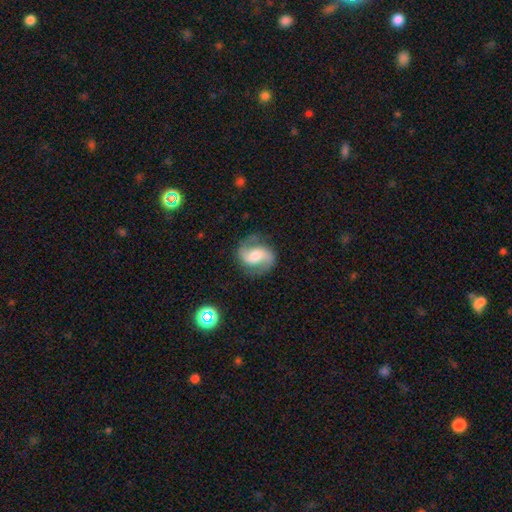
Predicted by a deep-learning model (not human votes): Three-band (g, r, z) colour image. It shows a featured or disk galaxy (78%) with a weak bar (42%), 2 (92%) medium (45%) spiral arms (95%) and a moderate central bulge (57%). Merging: none (78%).